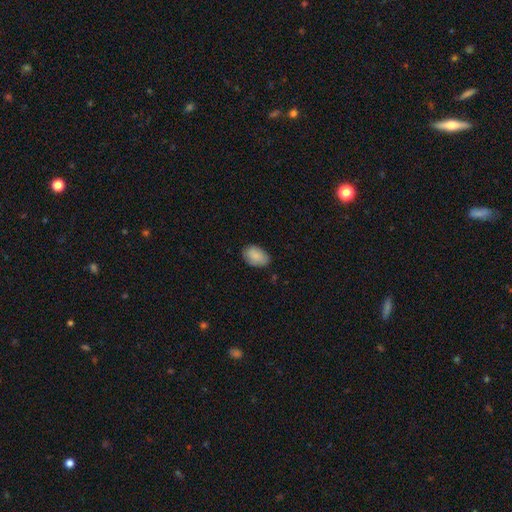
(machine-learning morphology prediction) Smooth or featured: smooth — 88% (star or artifact — 7%)
How rounded: in between — 88% (round — 11%)
Merging: none — 76% (minor disturbance — 19%)